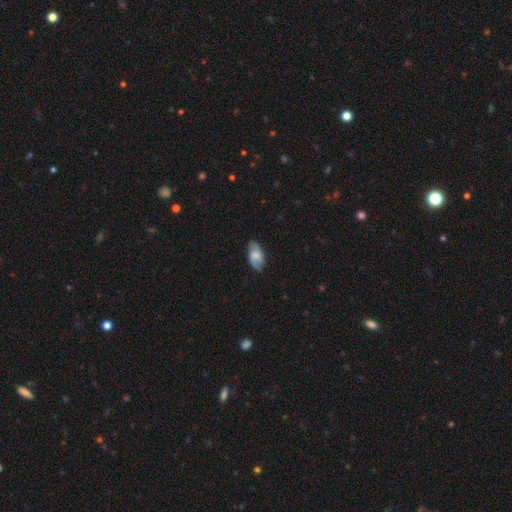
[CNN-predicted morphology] Smooth or featured? Predicted: featured or disk (p=0.51). Edge-on disk? Predicted: no (p=0.93). Merging? Predicted: none (p=0.79).